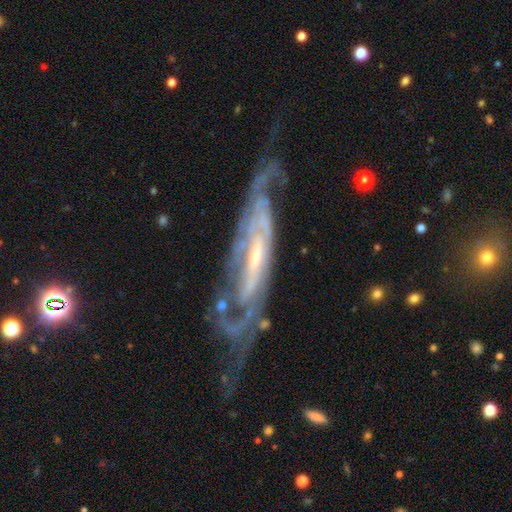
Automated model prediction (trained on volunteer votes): featured or disk 88%, smooth 6%, star or artifact 6%. Down the decision tree: edge-on disk — no (75%); bar — weak (38%); spiral arms — yes (95%); spiral arm count — 2 (37%); spiral winding — tight (50%); bulge size — small (57%); merging — none (60%).